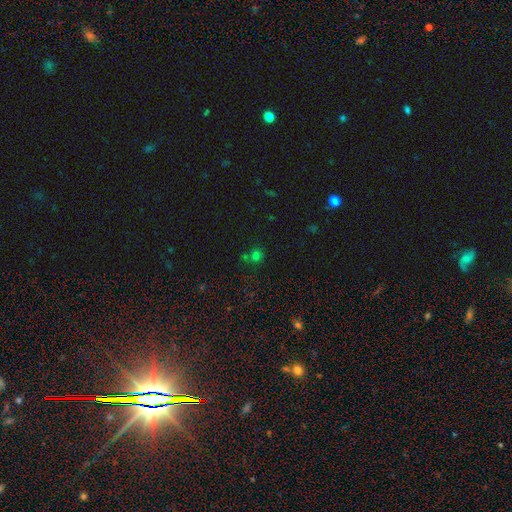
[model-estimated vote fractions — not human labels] Overall: smooth (55%; star or artifact 37%). How rounded: round (79%). Merging: none (60%; merger 23%).